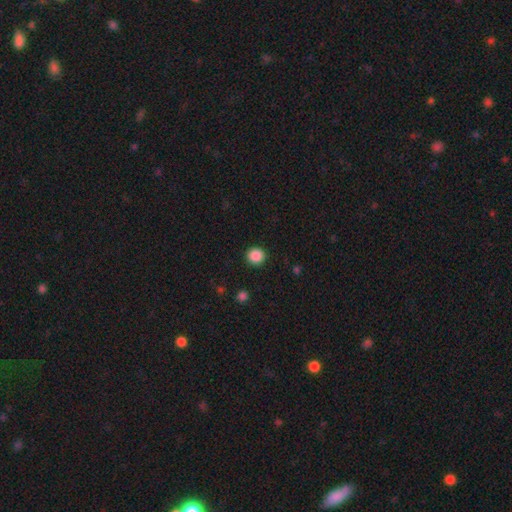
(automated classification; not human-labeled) A smooth galaxy with no disk features (88%) that is round (92%). Merging: none (92%).